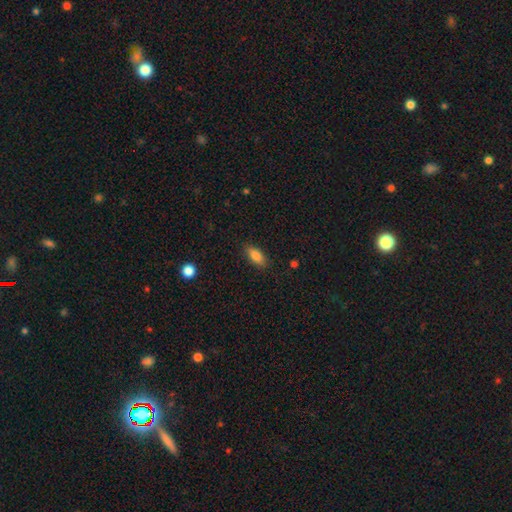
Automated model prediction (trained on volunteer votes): Morphology: type=smooth (84%); roundness=in between (84%); merging=none (85%).